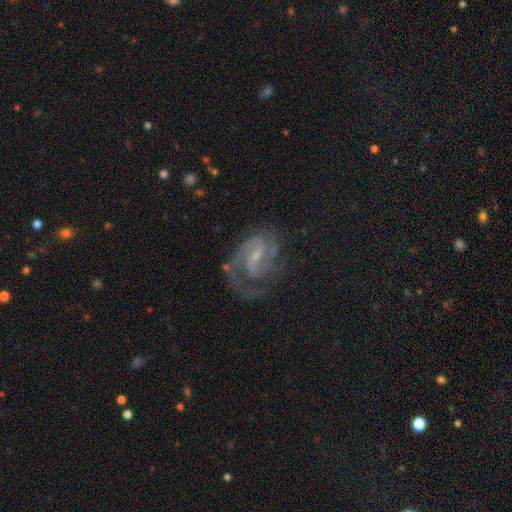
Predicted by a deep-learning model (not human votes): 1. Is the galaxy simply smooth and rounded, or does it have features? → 87% featured or disk, 6% star or artifact, 6% smooth.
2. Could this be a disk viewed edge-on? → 98% no, 2% yes.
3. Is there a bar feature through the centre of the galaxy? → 55% weak, 27% strong, 18% no.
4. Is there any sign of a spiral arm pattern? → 97% yes, 3% no.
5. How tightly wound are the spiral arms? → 49% medium, 39% tight, 12% loose.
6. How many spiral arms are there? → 70% 2, 10% can't tell, 8% 3, 7% 1, 2% 4, 2% more than 4.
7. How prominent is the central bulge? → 62% small, 23% moderate, 12% none, 2% large, 1% dominant.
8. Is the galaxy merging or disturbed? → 61% none, 19% minor disturbance, 17% major disturbance, 2% merger.